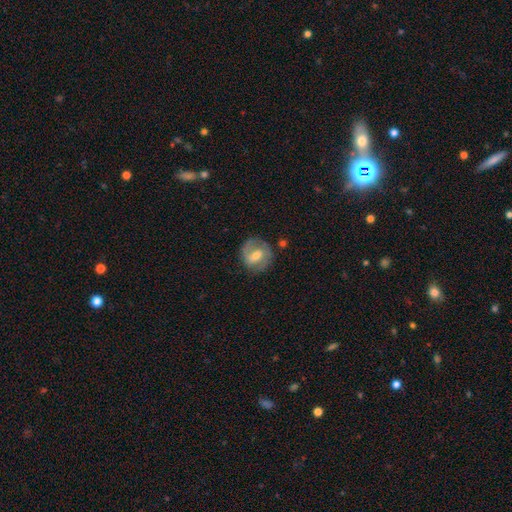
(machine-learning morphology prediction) The model was most divided on "spiral winding": medium: 45%, tight: 37%, loose: 19%. More confident: edge-on disk — no (97%); spiral arms — yes (82%); merging — none (74%); spiral arm count — 2 (73%); smooth or featured — featured or disk (63%); bulge size — moderate (62%); bar — weak (52%).